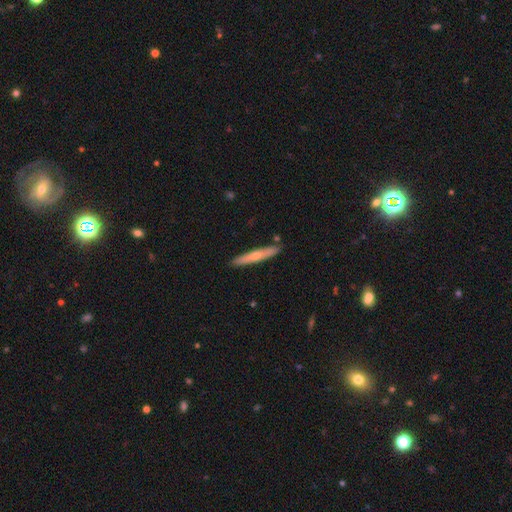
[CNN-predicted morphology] Overall: smooth (54%; featured or disk 40%). How rounded: cigar-shaped (94%). Merging: none (89%).